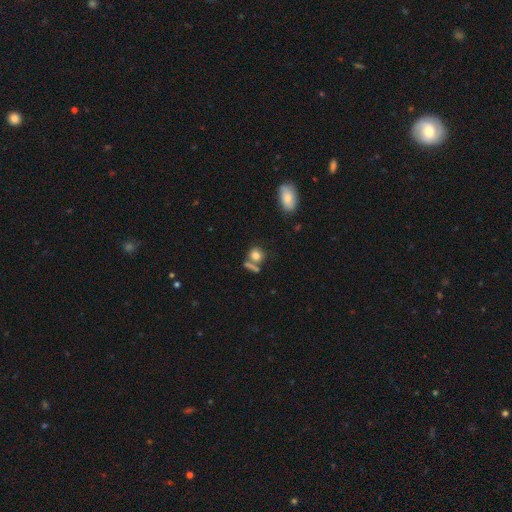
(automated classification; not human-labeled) Smooth or featured? Predicted: smooth (p=0.78). How rounded? Predicted: round (p=0.71). Merging? Predicted: none (p=0.59).